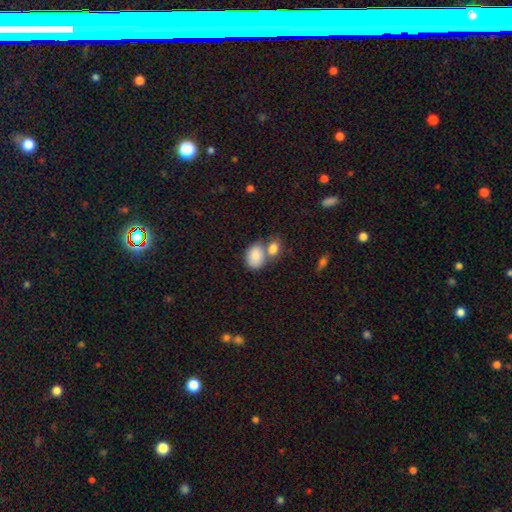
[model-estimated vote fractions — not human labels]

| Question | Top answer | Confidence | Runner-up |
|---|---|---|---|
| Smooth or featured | smooth | 84% | featured or disk (9%) |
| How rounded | in between | 72% | round (27%) |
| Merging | merger | 47% | none (36%) |